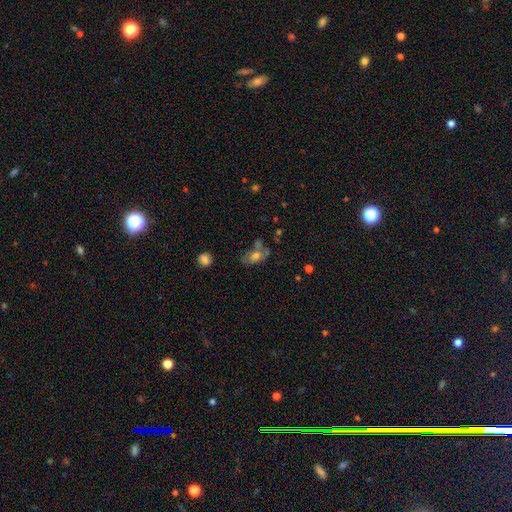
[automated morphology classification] Smooth or featured? smooth (63%)
How rounded? in between (82%)
Merging? none (40%)